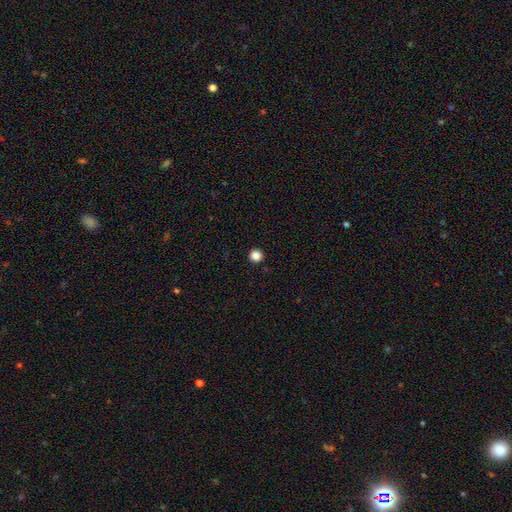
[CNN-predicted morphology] This is clearly a smooth galaxy (85%). How rounded: clearly round (96%). Merging: clearly none (94%).